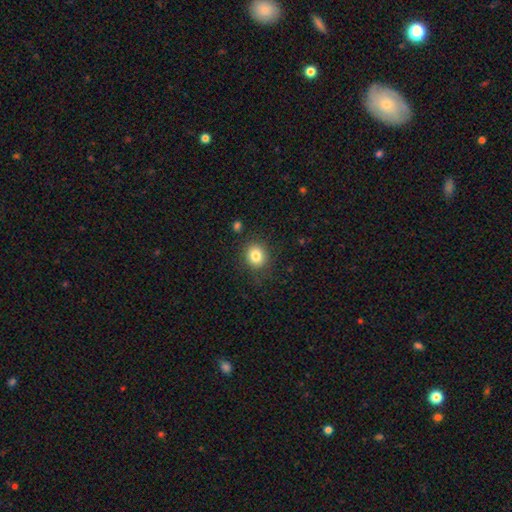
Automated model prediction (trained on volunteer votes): smooth 82%, star or artifact 11%, featured or disk 7%. Down the decision tree: how rounded — round (78%); merging — none (86%).